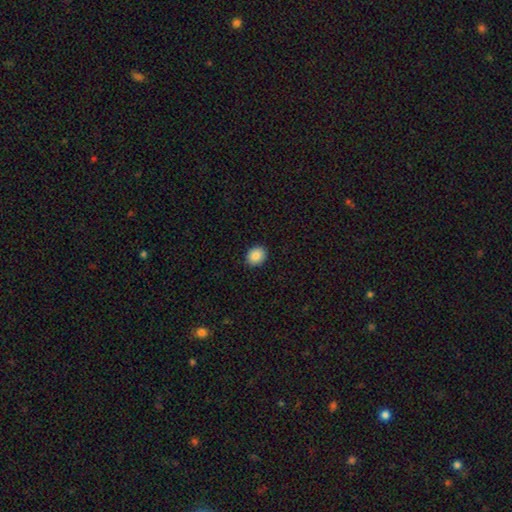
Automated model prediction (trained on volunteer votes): smooth-or-featured: smooth: 86% | star or artifact: 8% | featured or disk: 6%
  how-rounded: round: 60% | in between: 39% | cigar-shaped: 1%
  merging: none: 91% | minor disturbance: 7% | major disturbance: 2% | merger: 1%